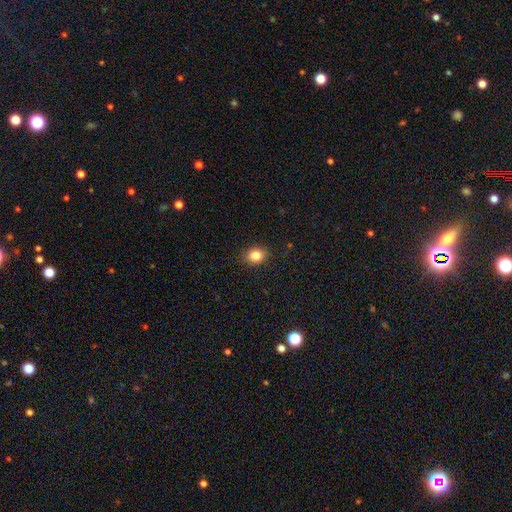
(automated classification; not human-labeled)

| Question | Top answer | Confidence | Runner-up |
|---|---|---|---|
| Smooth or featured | smooth | 83% | star or artifact (11%) |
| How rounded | in between | 51% | round (48%) |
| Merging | none | 88% | minor disturbance (9%) |